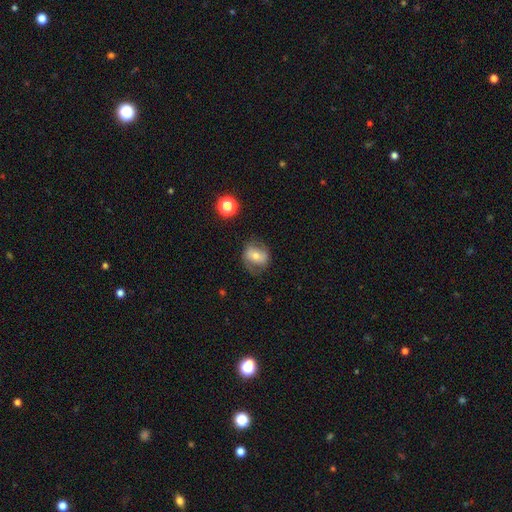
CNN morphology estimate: A smooth galaxy with no disk features (51%) that is round (55%). Merging: none (70%).